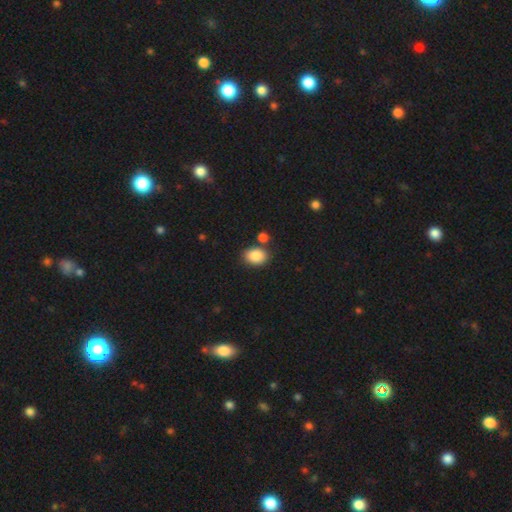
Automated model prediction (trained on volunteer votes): smooth_or_featured: smooth (p=0.88) [alt: star or artifact p=0.08]
how_rounded: in between (p=0.75) [alt: round p=0.24]
merging: none (p=0.75) [alt: merger p=0.11]